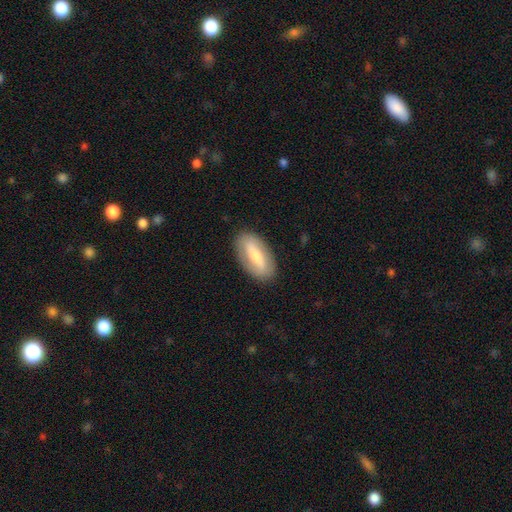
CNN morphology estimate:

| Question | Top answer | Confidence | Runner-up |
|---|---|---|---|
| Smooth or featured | featured or disk | 47% | tied: smooth (47%) |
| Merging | none | 85% | minor disturbance (11%) |